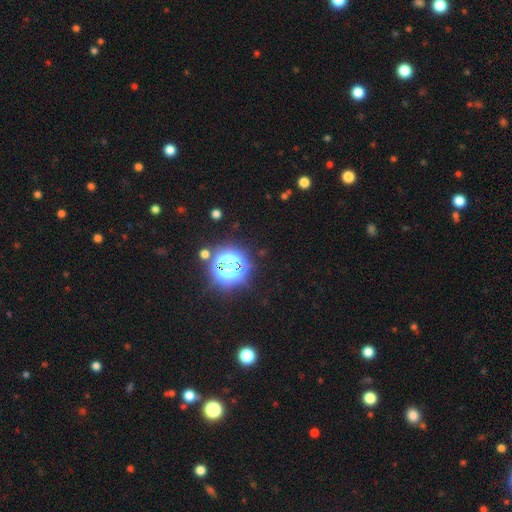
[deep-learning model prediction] This appears to be a star or artifact, not a galaxy (82%).